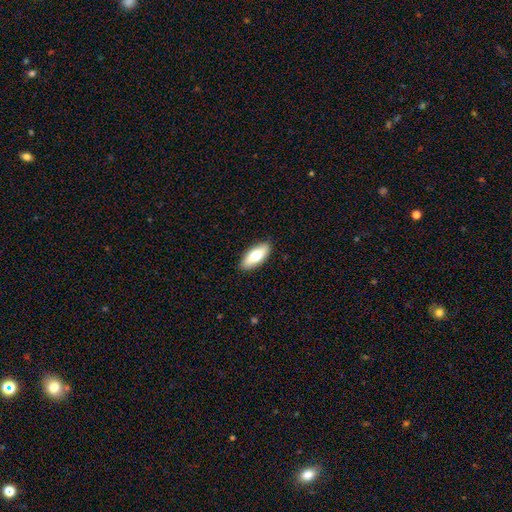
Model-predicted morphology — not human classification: A smooth galaxy with no disk features (70%) that is in between round and cigar-shaped (80%).

Vote fractions:
- Smooth or featured? smooth: 70% / featured or disk: 24% / star or artifact: 6%
- How rounded? in between: 80% / cigar-shaped: 18% / round: 3%
- Merging? none: 89% / minor disturbance: 8% / major disturbance: 2% / merger: 1%